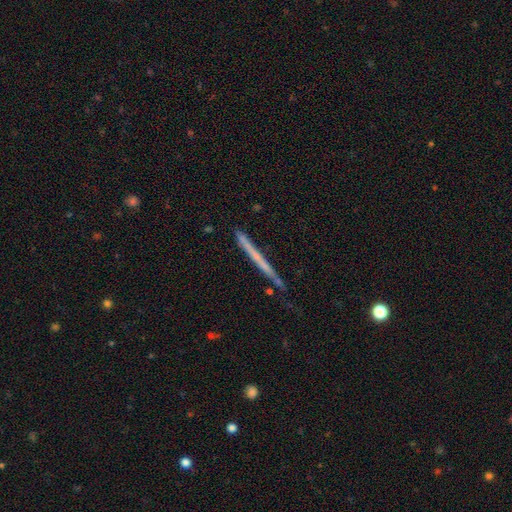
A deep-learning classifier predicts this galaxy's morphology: A featured or disk galaxy (47%).

Vote fractions:
- Smooth or featured? featured or disk: 47% / smooth: 46% / star or artifact: 6%
- Merging? none: 81% / minor disturbance: 14% / major disturbance: 2% / merger: 2%